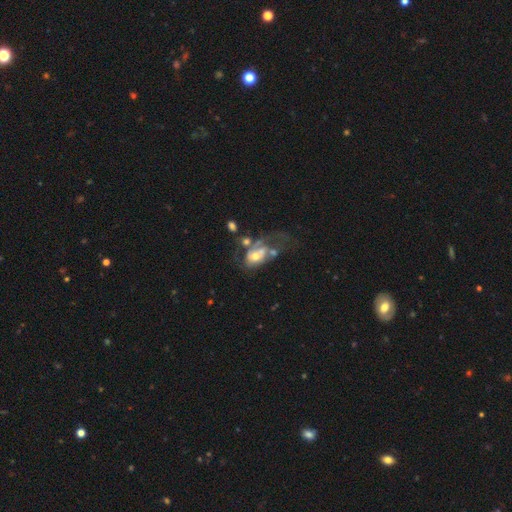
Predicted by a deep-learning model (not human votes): Smooth or featured?
  - featured or disk: 60% *
  - smooth: 31%
  - star or artifact: 9%
Edge-on disk?
  - no: 96% *
  - yes: 4%
Bar?
  - no: 77% *
  - weak: 18%
  - strong: 5%
Spiral arms?
  - yes: 52% *
  - no: 48%
Bulge size?
  - moderate: 60% *
  - small: 24%
  - large: 11%
  - none: 3%
  - dominant: 2%
Merging?
  - major disturbance: 38% *
  - merger: 34%
  - none: 16%
  - minor disturbance: 12%